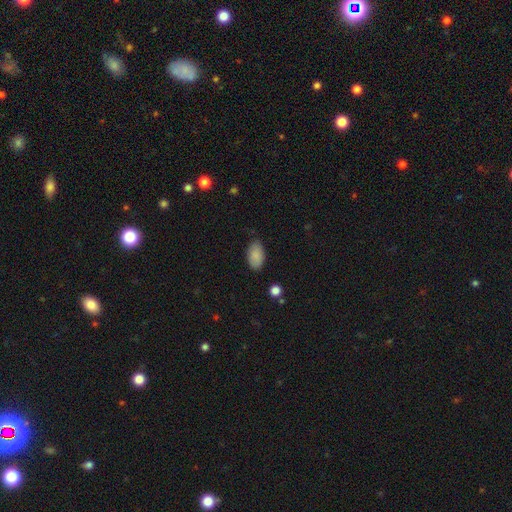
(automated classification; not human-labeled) Smooth or featured: smooth — 87% (star or artifact — 7%)
How rounded: in between — 93% (round — 5%)
Merging: none — 78% (minor disturbance — 17%)